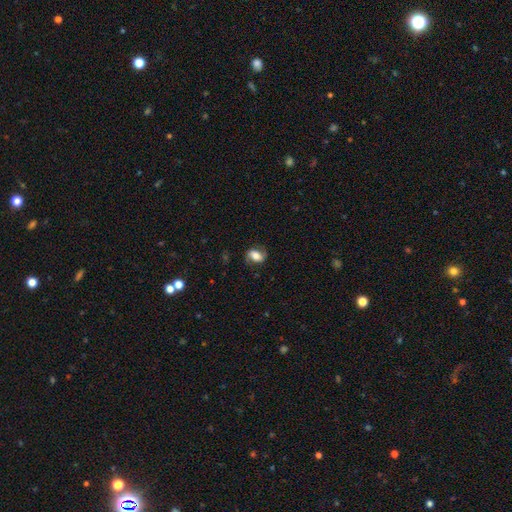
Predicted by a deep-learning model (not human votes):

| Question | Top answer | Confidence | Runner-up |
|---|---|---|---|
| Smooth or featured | smooth | 50% | featured or disk (41%) |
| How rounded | in between | 79% | round (17%) |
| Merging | none | 74% | minor disturbance (17%) |